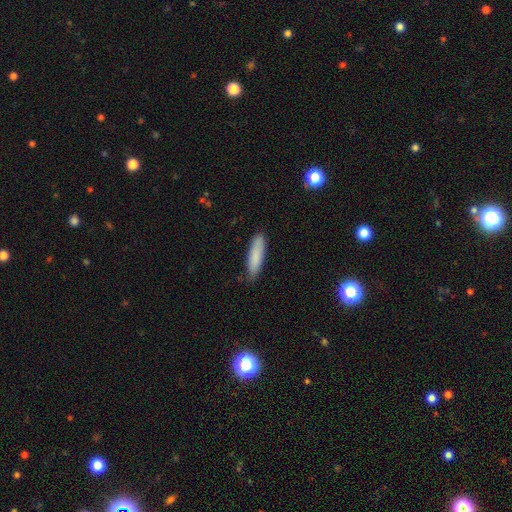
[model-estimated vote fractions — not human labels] Q: Smooth or featured?
A: smooth (85%); runner-up: featured or disk (9%)
Q: How rounded?
A: cigar-shaped (68%); runner-up: in between (30%)
Q: Merging?
A: none (80%); runner-up: minor disturbance (16%)